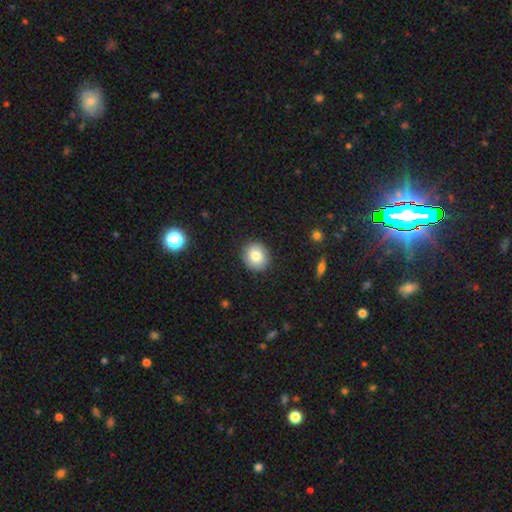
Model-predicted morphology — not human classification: smooth_or_featured: smooth (p=0.81) [alt: featured or disk p=0.10]
how_rounded: round (p=0.82) [alt: in between p=0.17]
merging: none (p=0.90) [alt: minor disturbance p=0.07]